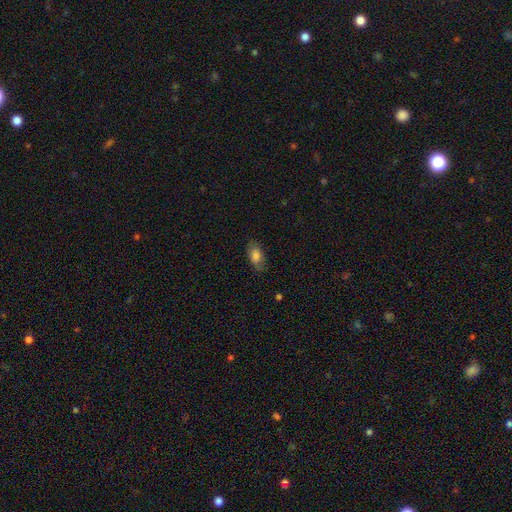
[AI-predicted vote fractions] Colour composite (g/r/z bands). It shows a smooth galaxy with no disk features (72%) that is in between round and cigar-shaped (89%). Merging: none (71%).